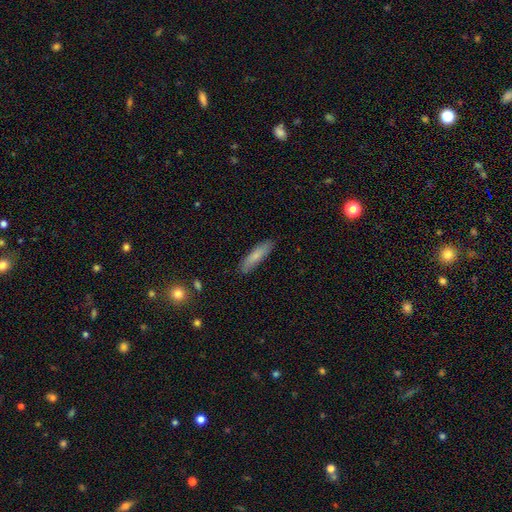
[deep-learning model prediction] A smooth galaxy with no disk features (77%) that is cigar-shaped (77%). Merging: none (86%).